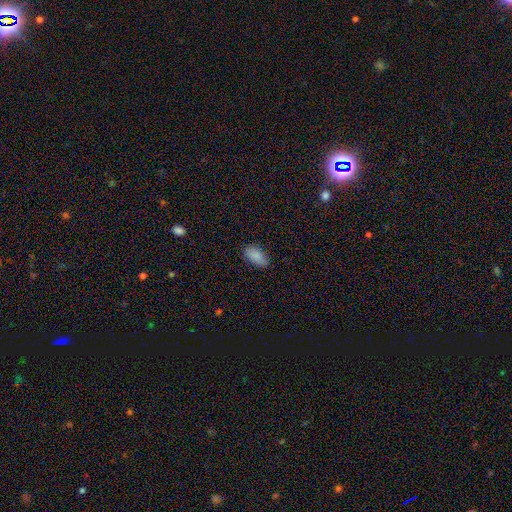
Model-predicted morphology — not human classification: A smooth galaxy with no disk features (87%) that is in between round and cigar-shaped (92%).

Vote fractions:
- Smooth or featured? smooth: 87% / star or artifact: 8% / featured or disk: 5%
- How rounded? in between: 92% / cigar-shaped: 5% / round: 3%
- Merging? none: 81% / minor disturbance: 15% / major disturbance: 3% / merger: 1%